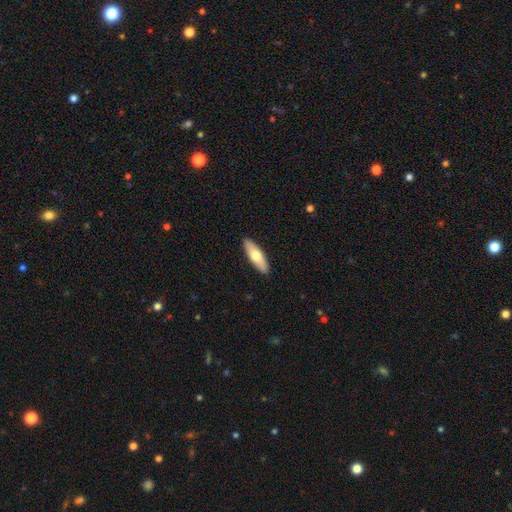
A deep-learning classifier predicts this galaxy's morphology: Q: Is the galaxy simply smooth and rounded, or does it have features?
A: smooth — 65%.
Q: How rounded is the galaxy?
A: in between — 54%.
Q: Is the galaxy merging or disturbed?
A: none — 90%.